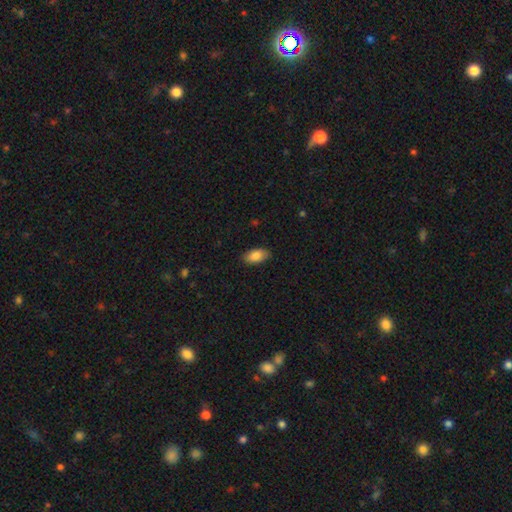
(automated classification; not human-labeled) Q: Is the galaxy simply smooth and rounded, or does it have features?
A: smooth — 86%.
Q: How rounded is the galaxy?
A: in between — 93%.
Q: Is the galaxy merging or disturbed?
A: none — 87%.